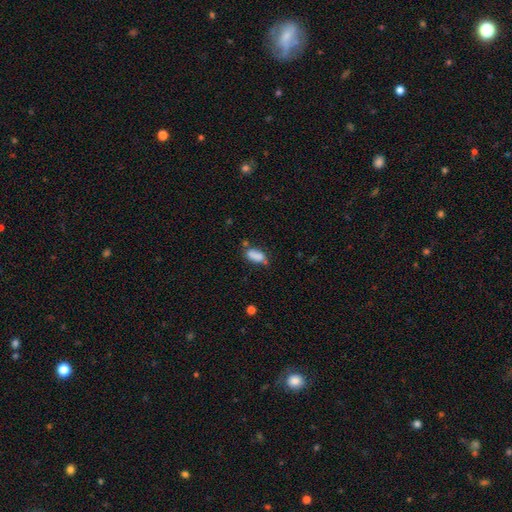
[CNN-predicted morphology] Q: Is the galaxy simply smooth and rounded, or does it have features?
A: smooth — 82%.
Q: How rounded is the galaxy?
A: in between — 83%.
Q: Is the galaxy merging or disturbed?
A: none — 54%.